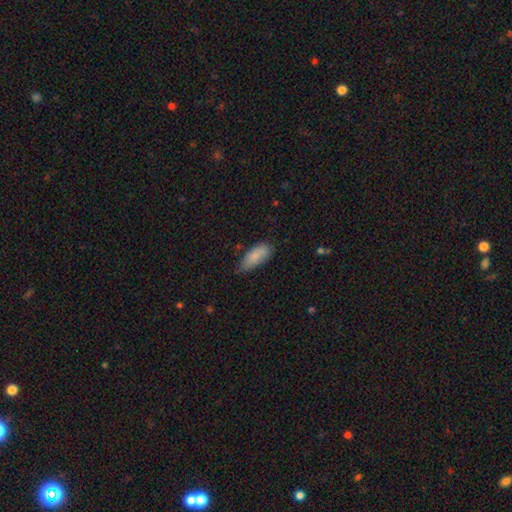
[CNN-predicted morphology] Smooth or featured? Predicted: smooth (p=0.86). How rounded? Predicted: in between (p=0.81). Merging? Predicted: none (p=0.59).